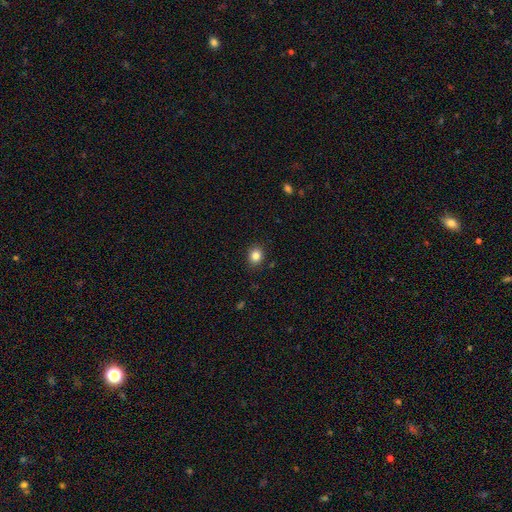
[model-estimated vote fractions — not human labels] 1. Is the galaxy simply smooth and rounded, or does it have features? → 84% smooth, 11% star or artifact, 5% featured or disk.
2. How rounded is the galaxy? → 66% round, 33% in between, 1% cigar-shaped.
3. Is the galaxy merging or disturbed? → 88% none, 9% minor disturbance, 2% major disturbance, 1% merger.